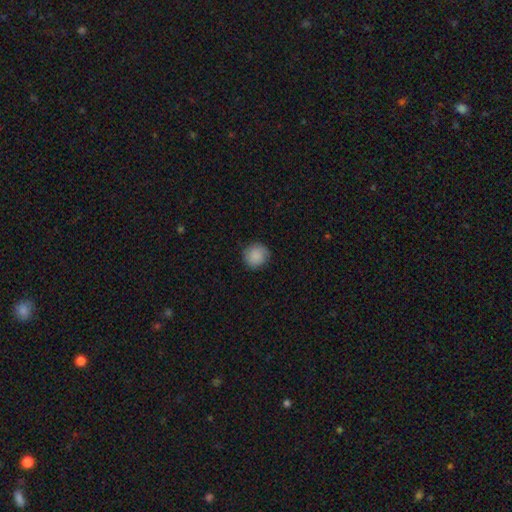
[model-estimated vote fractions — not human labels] Overall: smooth (87%). How rounded: round (90%). Merging: none (84%).